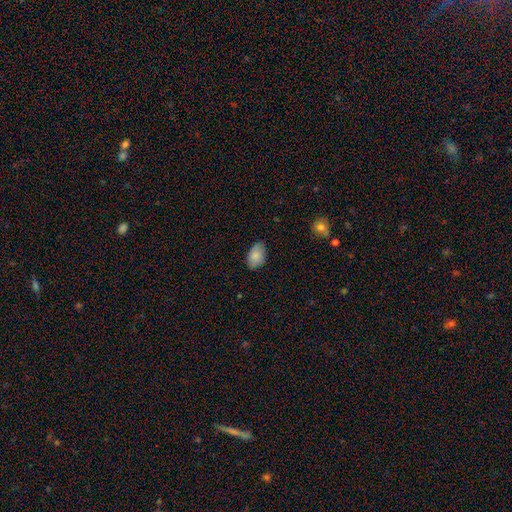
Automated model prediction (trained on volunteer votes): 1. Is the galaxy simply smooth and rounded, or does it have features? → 87% smooth, 7% star or artifact, 6% featured or disk.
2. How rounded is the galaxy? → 90% in between, 8% round, 1% cigar-shaped.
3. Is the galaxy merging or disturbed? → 82% none, 14% minor disturbance, 3% major disturbance, 1% merger.